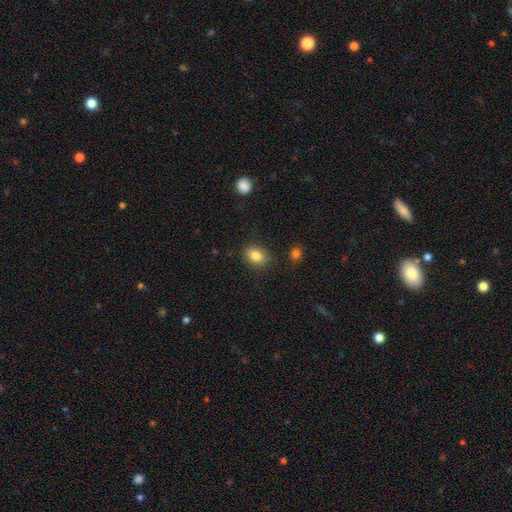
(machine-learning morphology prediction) type=smooth (83%); roundness=in between (58%); merging=none (85%).